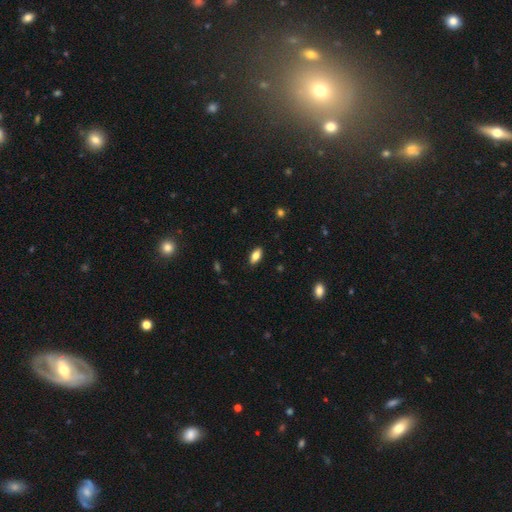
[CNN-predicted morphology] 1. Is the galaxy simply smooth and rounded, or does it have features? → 81% smooth, 11% featured or disk, 8% star or artifact.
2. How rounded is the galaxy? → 88% in between, 8% cigar-shaped, 3% round.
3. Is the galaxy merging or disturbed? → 88% none, 9% minor disturbance, 2% major disturbance, 1% merger.